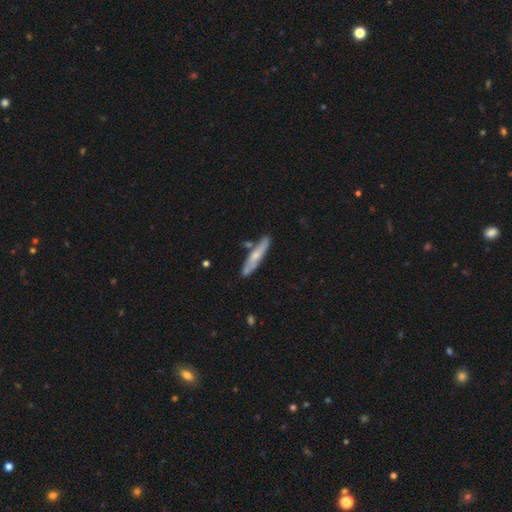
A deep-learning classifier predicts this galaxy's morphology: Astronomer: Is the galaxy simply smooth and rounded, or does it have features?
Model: smooth — 51% (runner-up: featured or disk, 44%).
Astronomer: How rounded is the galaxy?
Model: cigar-shaped — 89%.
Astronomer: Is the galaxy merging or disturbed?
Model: none — 75%.